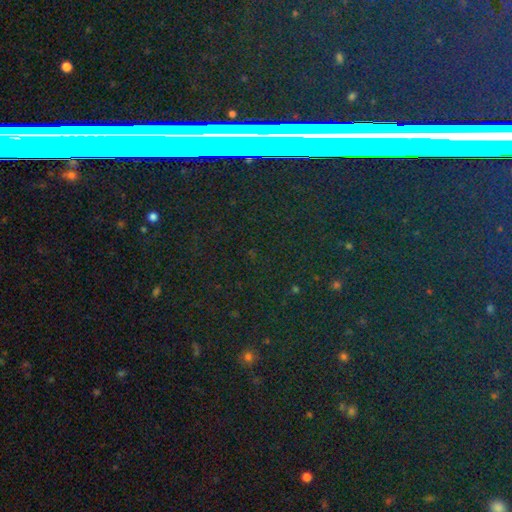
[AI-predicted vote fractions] A star or artifact, not a galaxy (75%).

Vote fractions:
- Smooth or featured? star or artifact: 75% / featured or disk: 13% / smooth: 12%